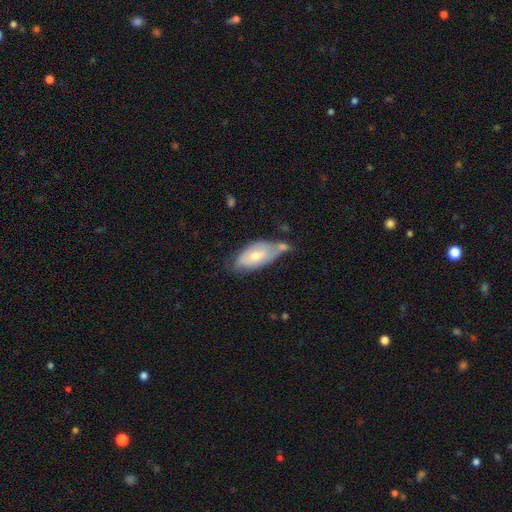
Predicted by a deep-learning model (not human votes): This appears to be a smooth galaxy with no disk features (58%) that is in between round and cigar-shaped (91%). Merging: none (34%).